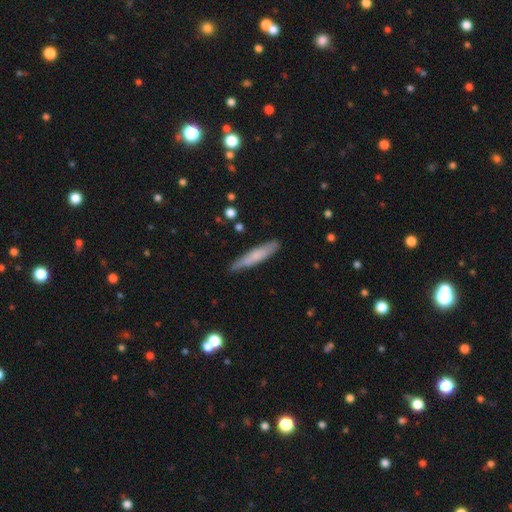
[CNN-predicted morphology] Q: Smooth or featured?
A: smooth (66%); runner-up: featured or disk (28%)
Q: How rounded?
A: cigar-shaped (89%); runner-up: in between (10%)
Q: Merging?
A: none (83%); runner-up: minor disturbance (13%)